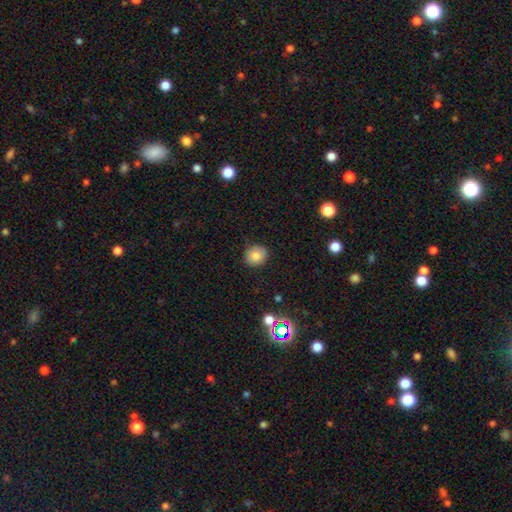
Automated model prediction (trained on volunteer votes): The model was most divided on "how rounded": round: 78%, in between: 21%, cigar-shaped: 1%. More confident: merging — none (83%); smooth or featured — smooth (80%).